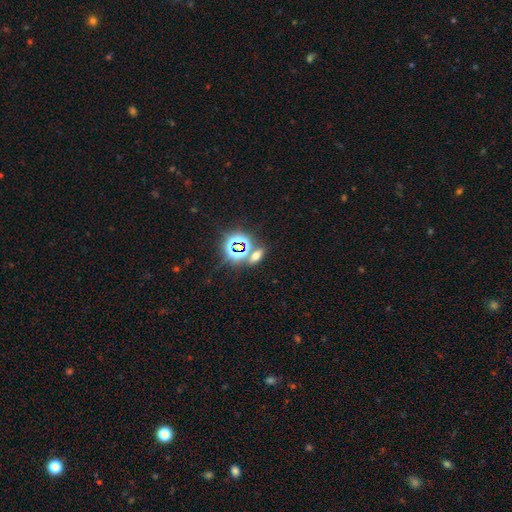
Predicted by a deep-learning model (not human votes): Q: Smooth or featured?
A: smooth (45%); runner-up: star or artifact (43%)
Q: Merging?
A: none (71%); runner-up: merger (15%)